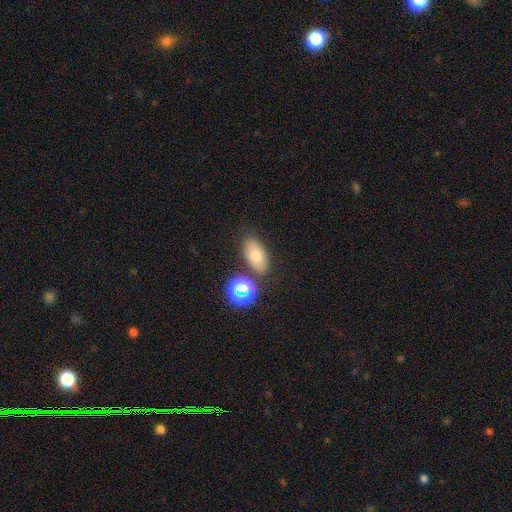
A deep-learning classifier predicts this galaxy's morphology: Overall: smooth (70%). How rounded: in between (85%). Merging: none (77%).